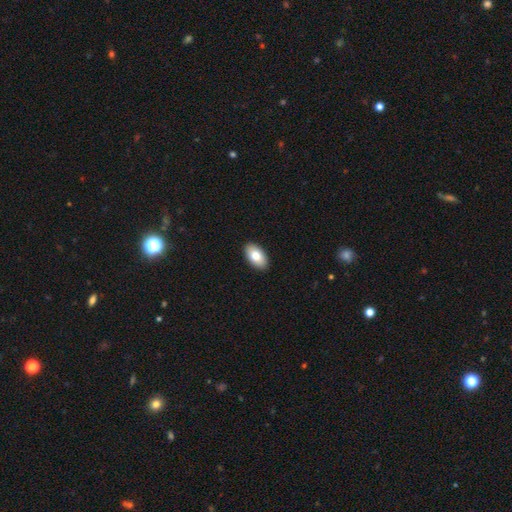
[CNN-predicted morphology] smooth-or-featured: smooth: 81% | featured or disk: 13% | star or artifact: 7%
  how-rounded: in between: 95% | round: 4% | cigar-shaped: 2%
  merging: none: 91% | minor disturbance: 7% | major disturbance: 2% | merger: 1%